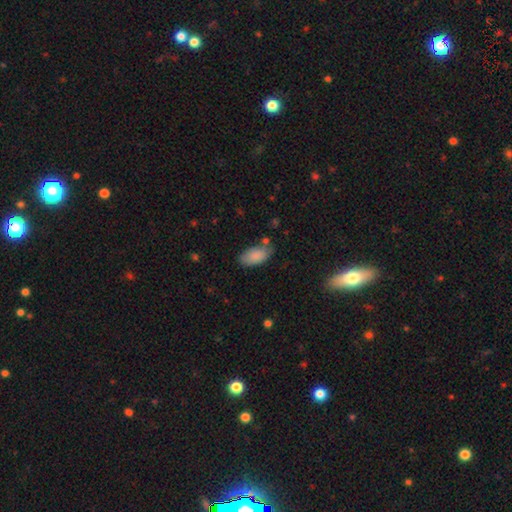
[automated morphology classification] A smooth galaxy with no disk features (88%) that is in between round and cigar-shaped (94%).

Vote fractions:
- Smooth or featured? smooth: 88% / star or artifact: 6% / featured or disk: 6%
- How rounded? in between: 94% / cigar-shaped: 3% / round: 3%
- Merging? none: 72% / minor disturbance: 19% / merger: 5% / major disturbance: 4%